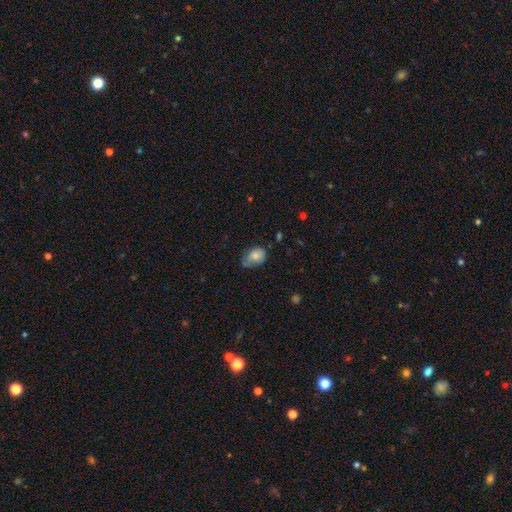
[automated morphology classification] smooth_or_featured: smooth (p=0.75) [alt: featured or disk p=0.16]
how_rounded: in between (p=0.73) [alt: round p=0.26]
merging: none (p=0.45) [alt: minor disturbance p=0.39]